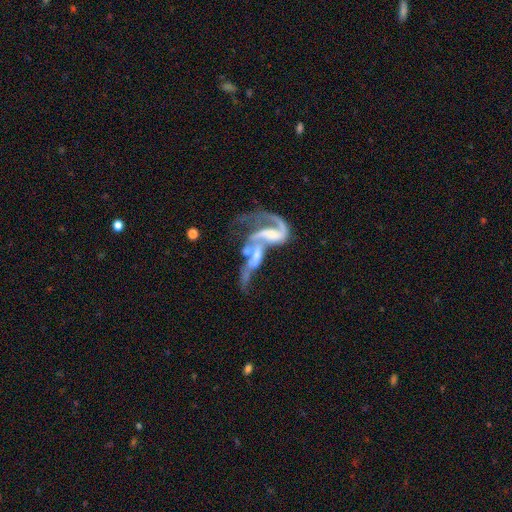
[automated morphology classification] A featured or disk galaxy (74%) with no bar (49%), 2 (52%) loose (63%) spiral arms (73%) and a moderate central bulge (33%). Merging: merger (69%).